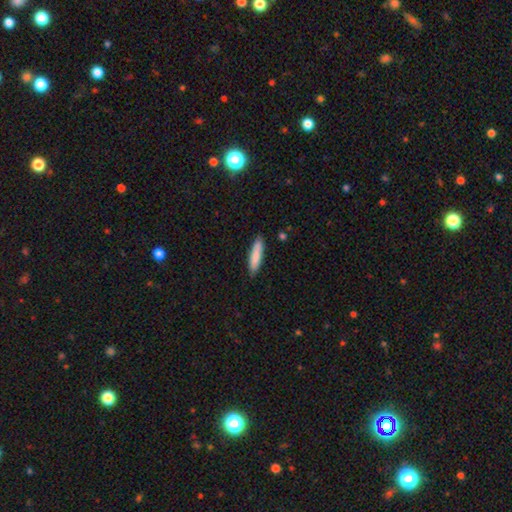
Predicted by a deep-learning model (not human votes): Overall: smooth (85%). How rounded: cigar-shaped (80%). Merging: none (87%).